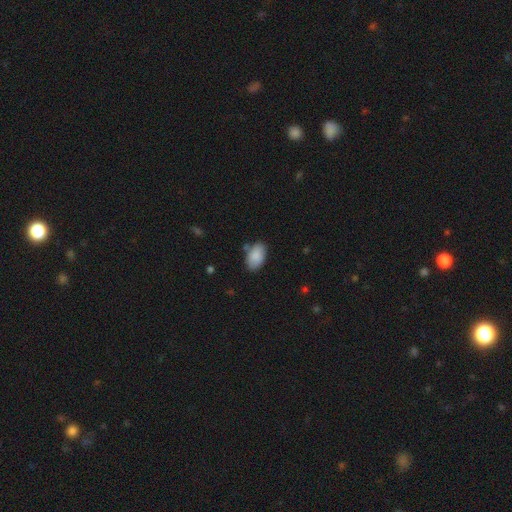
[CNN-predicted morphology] Smooth or featured?
  - smooth: 88% *
  - star or artifact: 6%
  - featured or disk: 6%
How rounded?
  - in between: 93% *
  - round: 6%
  - cigar-shaped: 1%
Merging?
  - none: 74% *
  - minor disturbance: 17%
  - merger: 5%
  - major disturbance: 4%